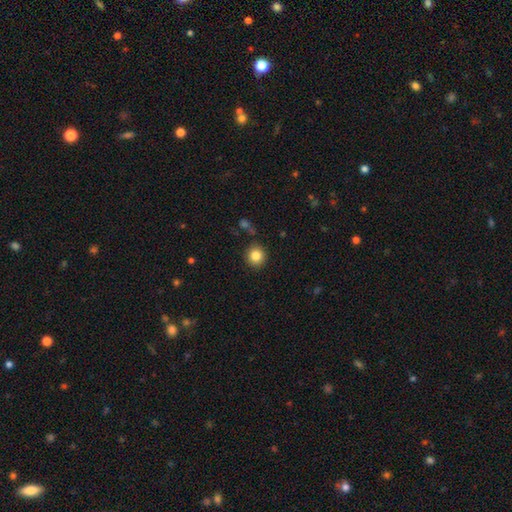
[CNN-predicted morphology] Smooth or featured: smooth — 84% (star or artifact — 10%)
How rounded: round — 92% (in between — 7%)
Merging: none — 88% (minor disturbance — 8%)